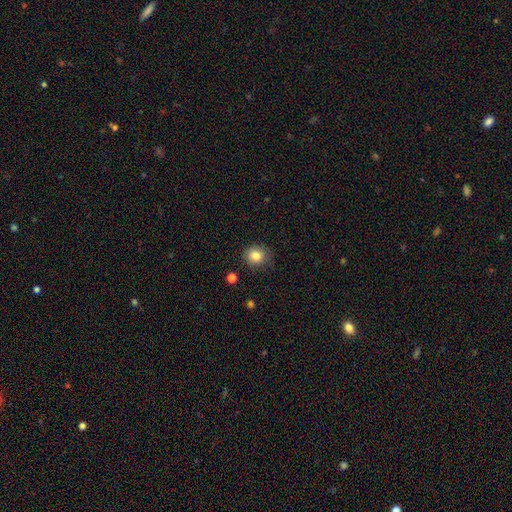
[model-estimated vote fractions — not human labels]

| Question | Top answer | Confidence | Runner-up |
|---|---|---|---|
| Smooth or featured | smooth | 84% | star or artifact (10%) |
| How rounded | round | 80% | in between (19%) |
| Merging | none | 82% | minor disturbance (14%) |